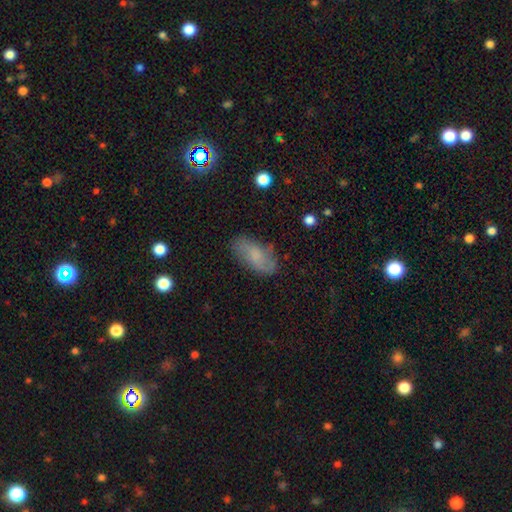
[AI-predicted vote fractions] Smooth or featured?
  - smooth: 60% *
  - featured or disk: 31%
  - star or artifact: 9%
How rounded?
  - in between: 89% *
  - cigar-shaped: 7%
  - round: 4%
Merging?
  - none: 73% *
  - minor disturbance: 19%
  - major disturbance: 6%
  - merger: 2%